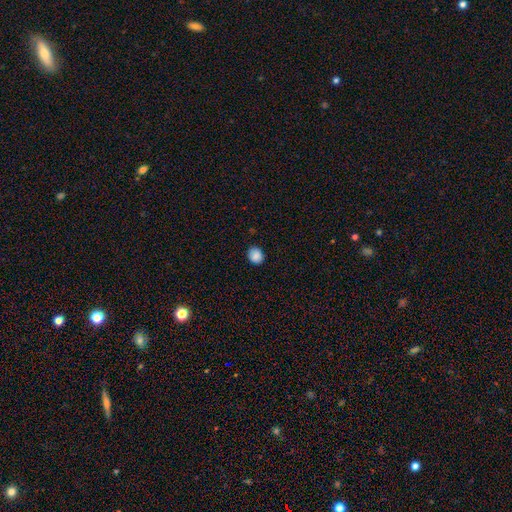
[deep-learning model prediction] Smooth or featured?
  - smooth: 88% *
  - star or artifact: 9%
  - featured or disk: 3%
How rounded?
  - round: 61% *
  - in between: 38%
  - cigar-shaped: 1%
Merging?
  - none: 86% *
  - minor disturbance: 11%
  - major disturbance: 2%
  - merger: 1%